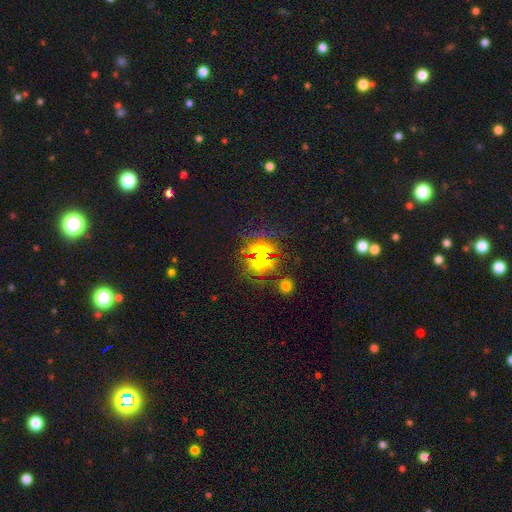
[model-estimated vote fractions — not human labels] This appears to be a star or artifact, not a galaxy (66%).